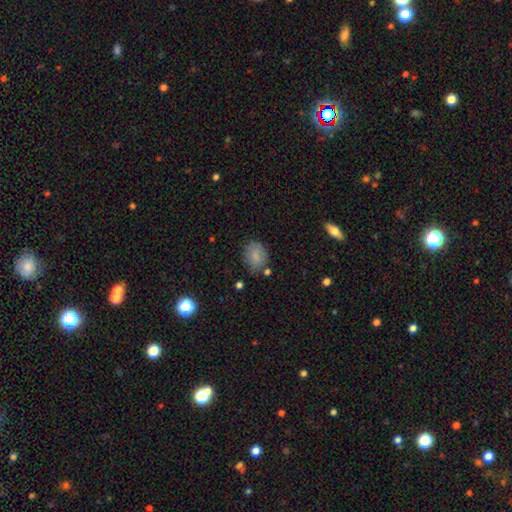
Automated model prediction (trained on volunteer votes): Q: Smooth or featured?
A: smooth (81%); runner-up: featured or disk (10%)
Q: How rounded?
A: in between (54%); runner-up: round (45%)
Q: Merging?
A: none (66%); runner-up: minor disturbance (23%)